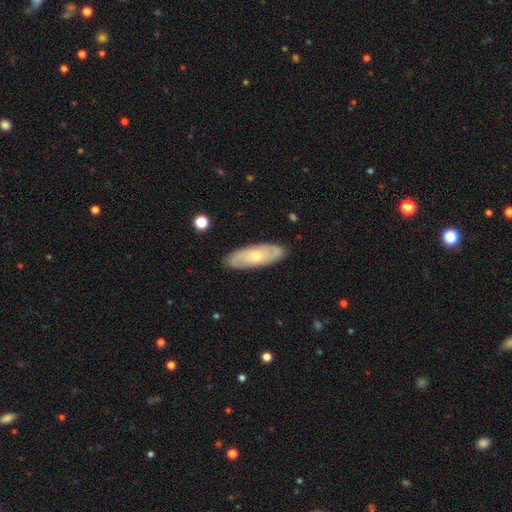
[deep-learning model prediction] A featured or disk galaxy (55%). Merging: none (86%).